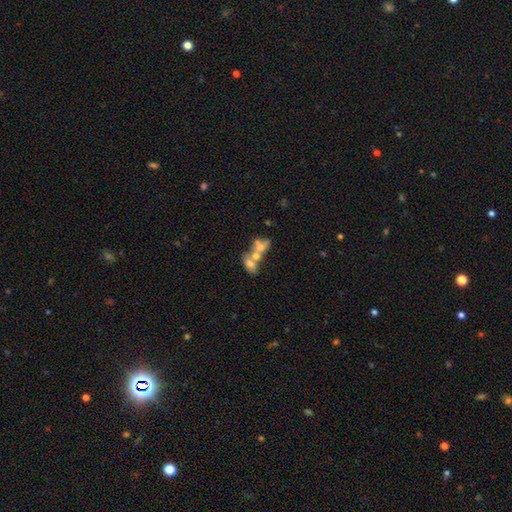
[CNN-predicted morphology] Smooth or featured? Predicted: smooth (p=0.48). Merging? Predicted: merger (p=0.65).